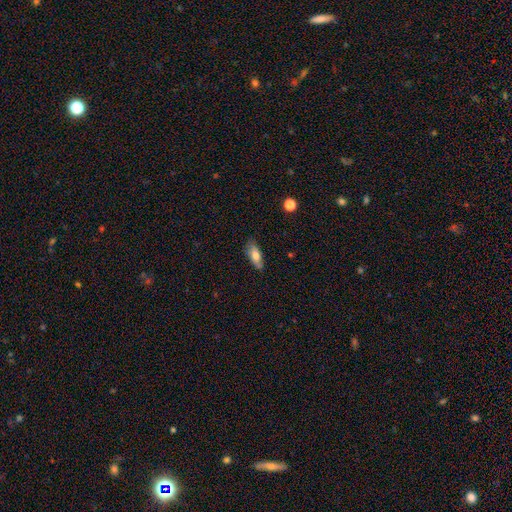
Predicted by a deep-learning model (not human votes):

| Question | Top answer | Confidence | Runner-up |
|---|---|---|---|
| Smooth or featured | smooth | 71% | featured or disk (22%) |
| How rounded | in between | 73% | cigar-shaped (25%) |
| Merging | none | 76% | minor disturbance (19%) |